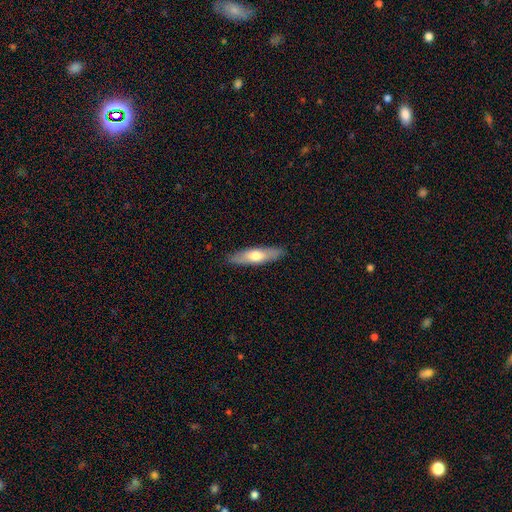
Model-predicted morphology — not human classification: smooth-or-featured: smooth: 59% | featured or disk: 36% | star or artifact: 6%
  how-rounded: cigar-shaped: 67% | in between: 31% | round: 2%
  merging: none: 88% | minor disturbance: 9% | major disturbance: 2% | merger: 1%